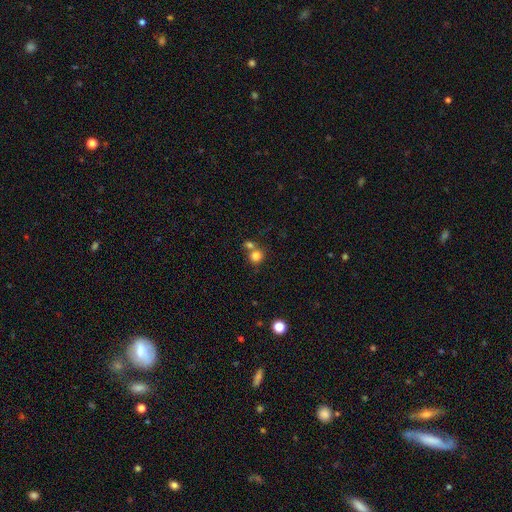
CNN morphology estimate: A smooth galaxy with no disk features (81%) that is round (86%).

Vote fractions:
- Smooth or featured? smooth: 81% / star or artifact: 12% / featured or disk: 7%
- How rounded? round: 86% / in between: 13% / cigar-shaped: 1%
- Merging? none: 53% / merger: 36% / minor disturbance: 8% / major disturbance: 3%